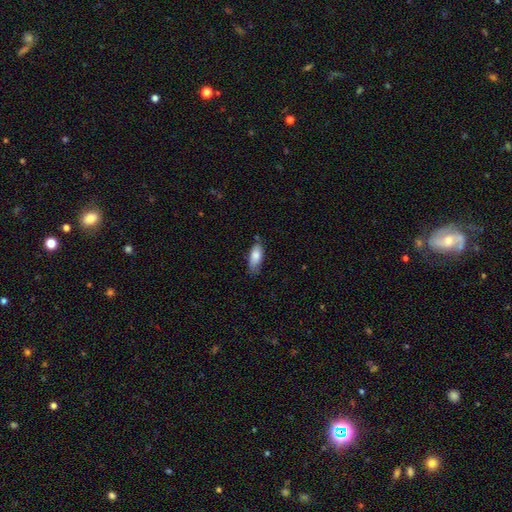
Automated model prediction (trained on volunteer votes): Morphology: type=smooth (82%); roundness=in between (79%); merging=none (63%).